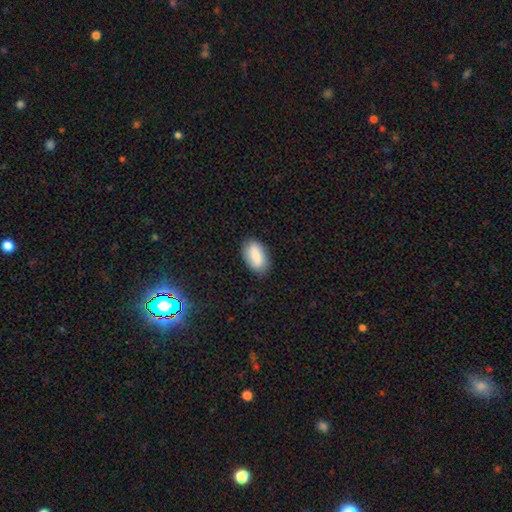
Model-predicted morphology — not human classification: smooth-or-featured: smooth: 79% | featured or disk: 14% | star or artifact: 7%
  how-rounded: in between: 92% | round: 5% | cigar-shaped: 3%
  merging: none: 82% | minor disturbance: 14% | major disturbance: 3% | merger: 1%